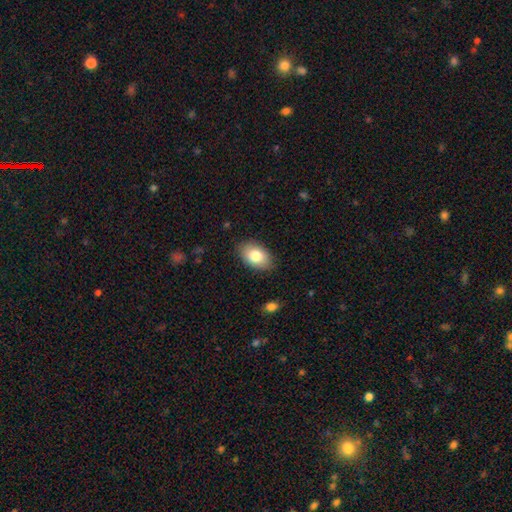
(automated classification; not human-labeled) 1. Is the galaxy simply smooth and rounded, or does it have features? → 81% smooth, 12% featured or disk, 7% star or artifact.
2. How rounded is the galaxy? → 89% in between, 10% round, 1% cigar-shaped.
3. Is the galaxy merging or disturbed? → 86% none, 11% minor disturbance, 2% major disturbance, 1% merger.